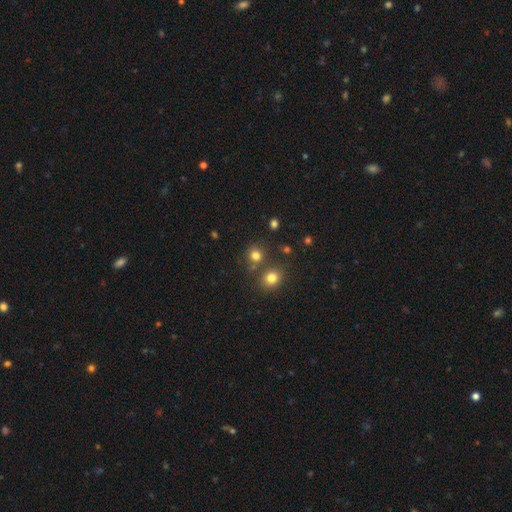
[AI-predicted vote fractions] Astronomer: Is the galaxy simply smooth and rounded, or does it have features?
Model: smooth — 78%.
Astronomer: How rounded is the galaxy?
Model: round — 83%.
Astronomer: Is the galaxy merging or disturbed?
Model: none — 69%.